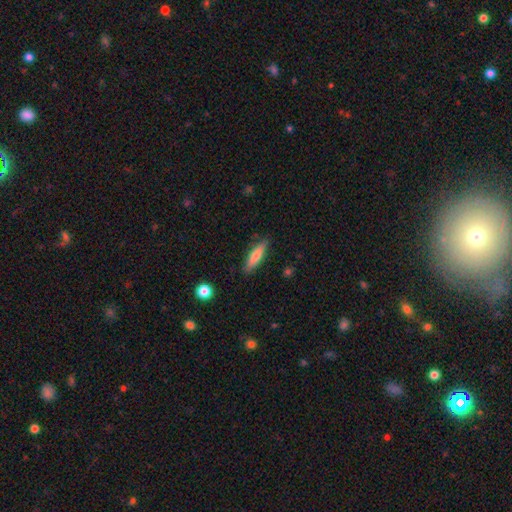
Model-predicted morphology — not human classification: This appears to be a smooth galaxy with no disk features (73%) that is cigar-shaped (72%). Merging: none (86%).